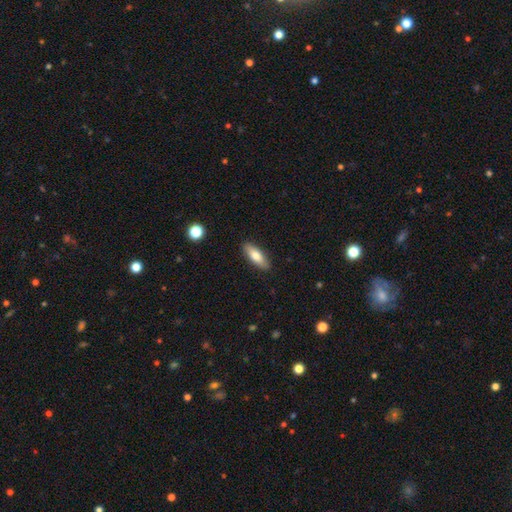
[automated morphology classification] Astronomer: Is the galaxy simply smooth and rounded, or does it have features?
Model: smooth — 76%.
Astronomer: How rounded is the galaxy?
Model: in between — 62%.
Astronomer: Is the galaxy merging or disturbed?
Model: none — 89%.